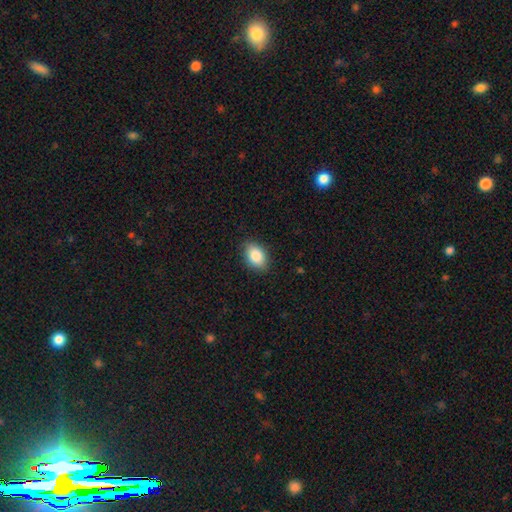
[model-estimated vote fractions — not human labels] Smooth or featured? smooth (86%)
How rounded? in between (87%)
Merging? none (87%)